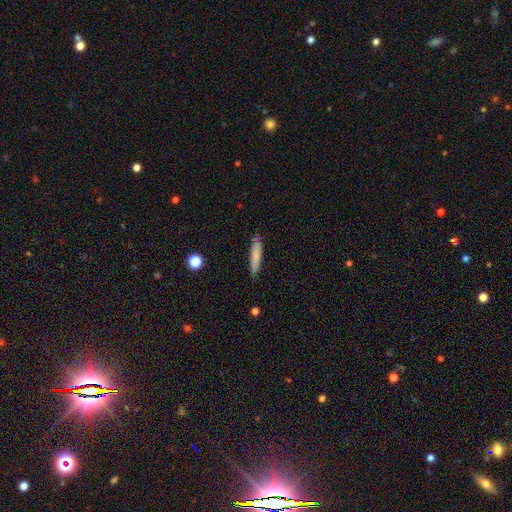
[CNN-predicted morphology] Smooth or featured: smooth — 78% (featured or disk — 16%)
How rounded: cigar-shaped — 85% (in between — 13%)
Merging: none — 81% (minor disturbance — 15%)